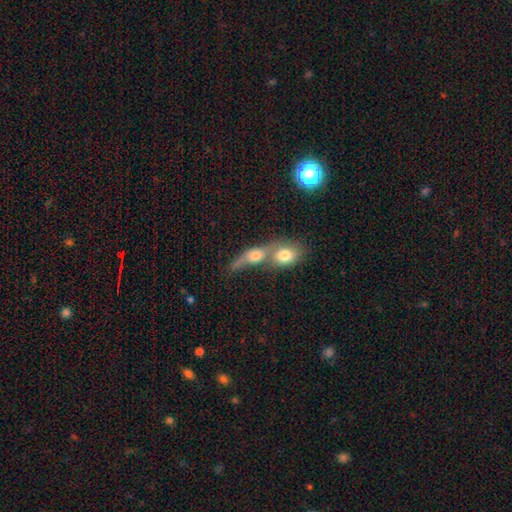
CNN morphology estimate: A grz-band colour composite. It shows a smooth galaxy with no disk features (63%) that is in between round and cigar-shaped (55%). Merging: merger (68%).